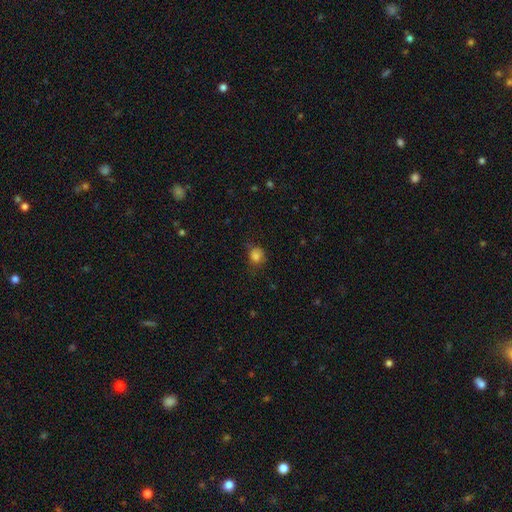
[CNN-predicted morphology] Smooth or featured? smooth (81%)
How rounded? round (77%)
Merging? none (62%)